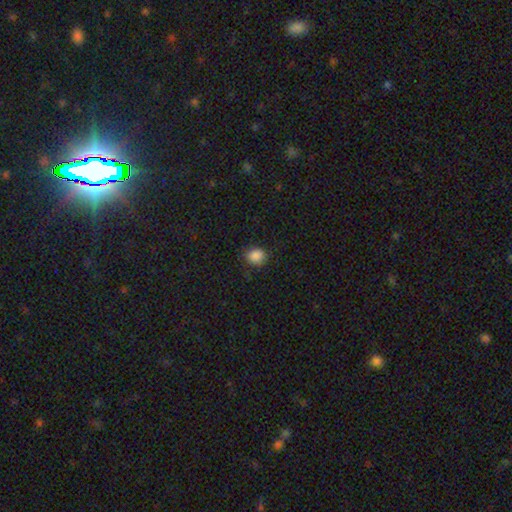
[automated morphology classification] A smooth galaxy with no disk features (87%) that is round (74%).

Vote fractions:
- Smooth or featured? smooth: 87% / star or artifact: 10% / featured or disk: 3%
- How rounded? round: 74% / in between: 25% / cigar-shaped: 1%
- Merging? none: 83% / minor disturbance: 13% / major disturbance: 3% / merger: 1%